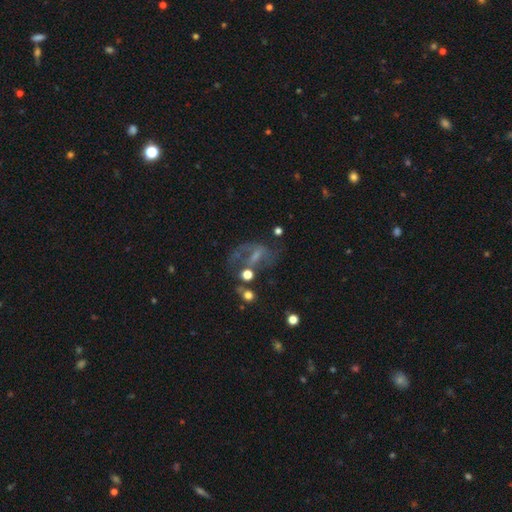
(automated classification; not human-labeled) Q: Smooth or featured?
A: featured or disk (59%); runner-up: smooth (21%)
Q: Edge-on disk?
A: no (95%); runner-up: yes (5%)
Q: Bar?
A: weak (43%); runner-up: no (34%)
Q: Spiral arms?
A: yes (64%); runner-up: no (36%)
Q: Bulge size?
A: small (38%); runner-up: none (31%)
Q: Merging?
A: none (39%); runner-up: major disturbance (33%)